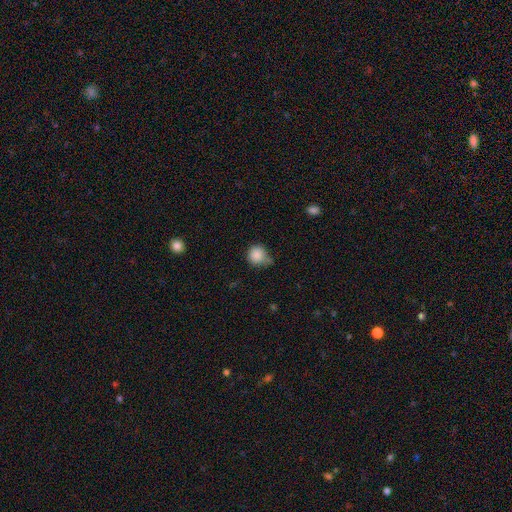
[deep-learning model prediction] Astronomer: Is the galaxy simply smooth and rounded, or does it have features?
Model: smooth — 86%.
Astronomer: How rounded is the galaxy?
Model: round — 91%.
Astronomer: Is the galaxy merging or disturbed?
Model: none — 58%.